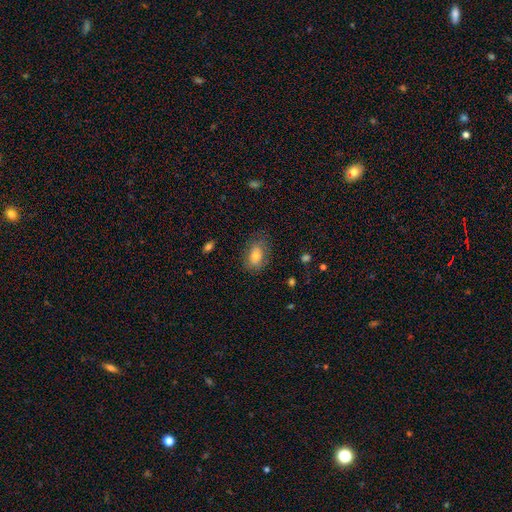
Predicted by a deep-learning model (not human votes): Smooth or featured? smooth (73%)
How rounded? in between (88%)
Merging? none (69%)